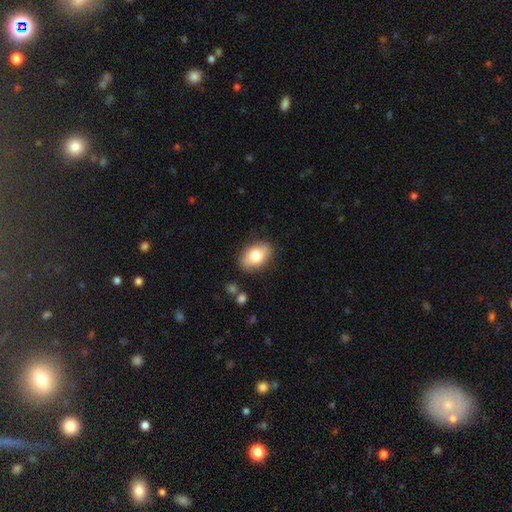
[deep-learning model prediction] This appears to be a smooth galaxy with no disk features (77%) that is in between round and cigar-shaped (86%). Merging: none (83%).